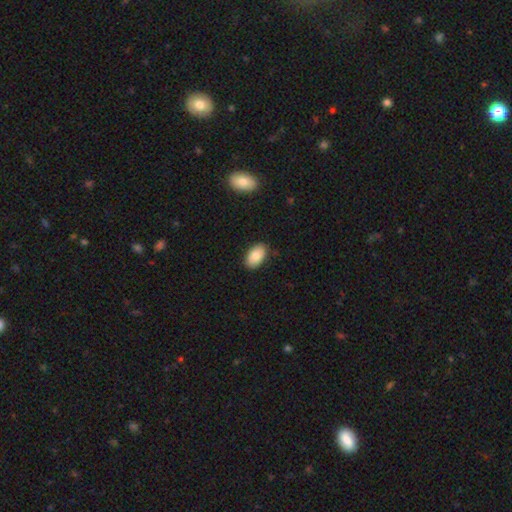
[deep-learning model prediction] Q: Smooth or featured?
A: smooth (84%); runner-up: featured or disk (10%)
Q: How rounded?
A: in between (94%); runner-up: round (5%)
Q: Merging?
A: none (87%); runner-up: minor disturbance (10%)